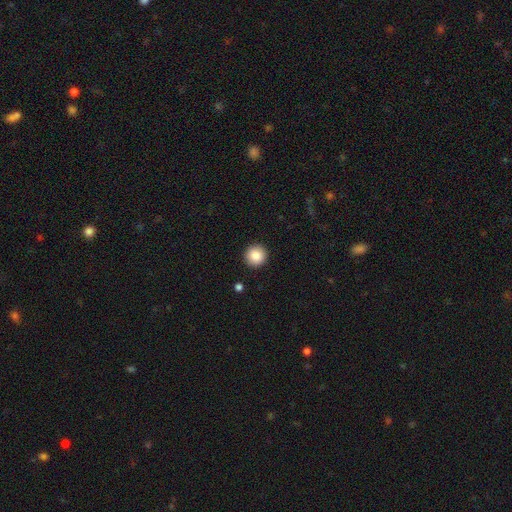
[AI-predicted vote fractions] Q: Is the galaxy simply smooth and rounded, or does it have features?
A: smooth — 87%.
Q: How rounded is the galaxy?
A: round — 94%.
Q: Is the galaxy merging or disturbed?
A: none — 92%.